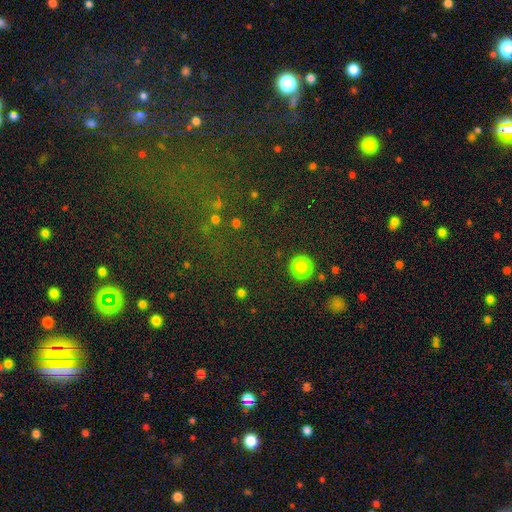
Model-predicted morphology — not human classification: Smooth or featured?
  - star or artifact: 60% *
  - smooth: 30%
  - featured or disk: 10%